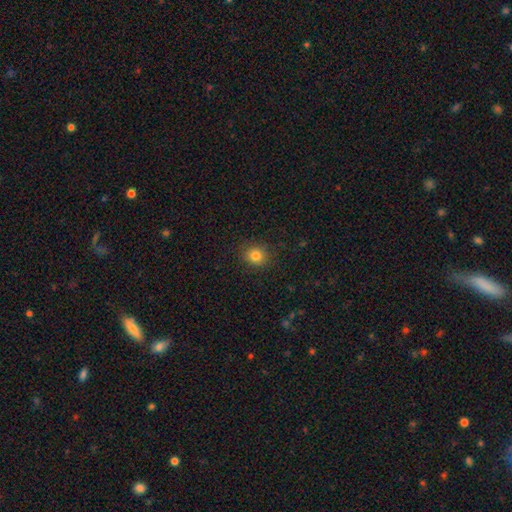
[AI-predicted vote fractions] smooth_or_featured: smooth (p=0.82) [alt: star or artifact p=0.12]
how_rounded: round (p=0.84) [alt: in between p=0.15]
merging: none (p=0.88) [alt: minor disturbance p=0.08]